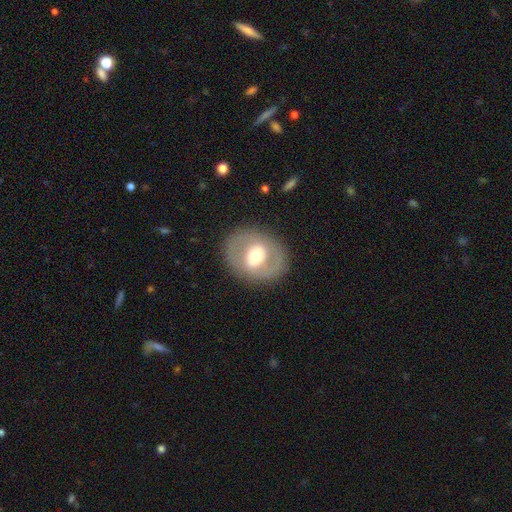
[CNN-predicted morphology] Q: Smooth or featured?
A: featured or disk (52%); runner-up: smooth (41%)
Q: Edge-on disk?
A: no (94%); runner-up: yes (6%)
Q: Merging?
A: none (84%); runner-up: minor disturbance (9%)